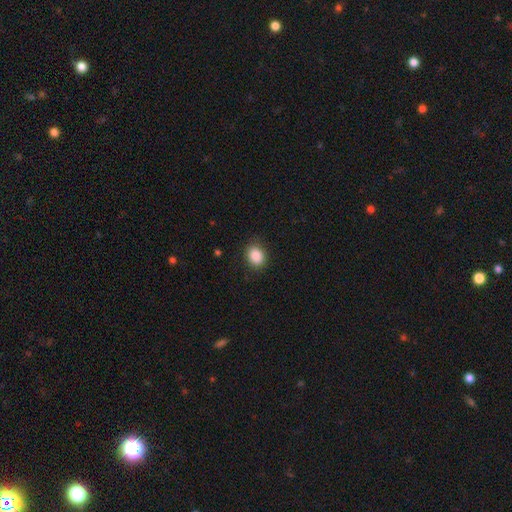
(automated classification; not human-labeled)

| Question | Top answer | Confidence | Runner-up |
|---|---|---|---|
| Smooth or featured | smooth | 88% | star or artifact (8%) |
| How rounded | in between | 55% | round (44%) |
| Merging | none | 85% | minor disturbance (11%) |